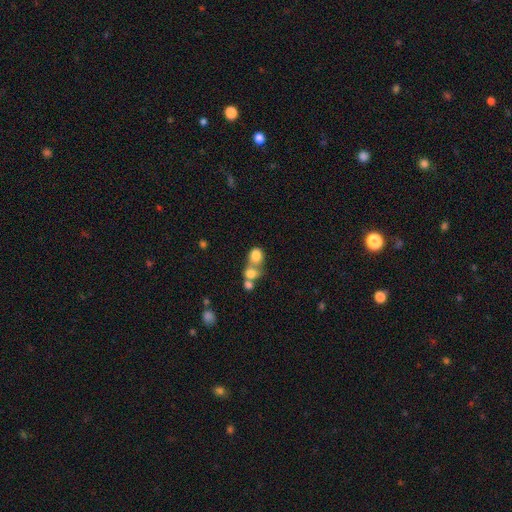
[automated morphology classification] smooth-or-featured: smooth: 79% | featured or disk: 11% | star or artifact: 10%
  how-rounded: round: 63% | in between: 36% | cigar-shaped: 1%
  merging: merger: 58% | none: 30% | minor disturbance: 8% | major disturbance: 5%